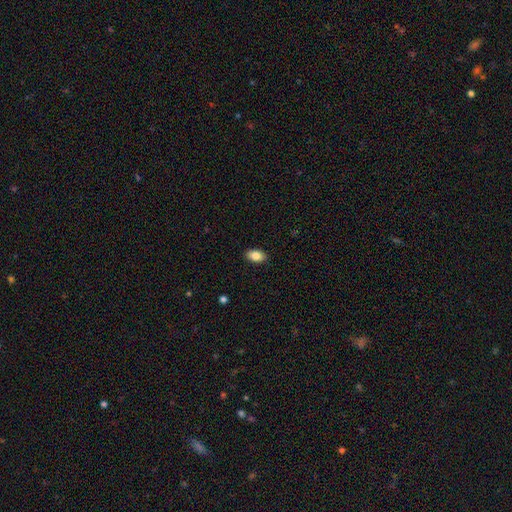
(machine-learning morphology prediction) Smooth or featured? smooth (85%)
How rounded? in between (92%)
Merging? none (89%)